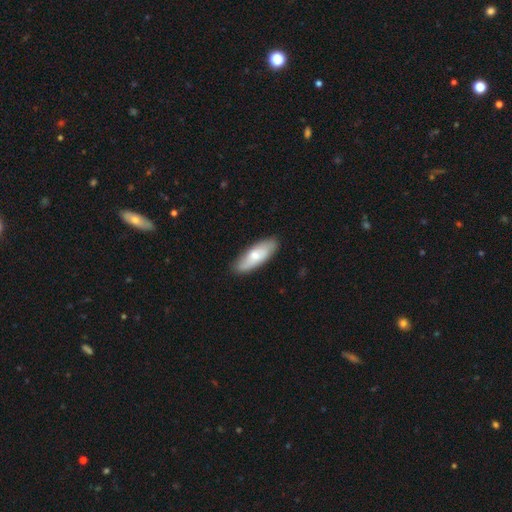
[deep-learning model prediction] Q: Smooth or featured?
A: smooth (64%); runner-up: featured or disk (30%)
Q: How rounded?
A: in between (66%); runner-up: cigar-shaped (32%)
Q: Merging?
A: none (84%); runner-up: minor disturbance (13%)